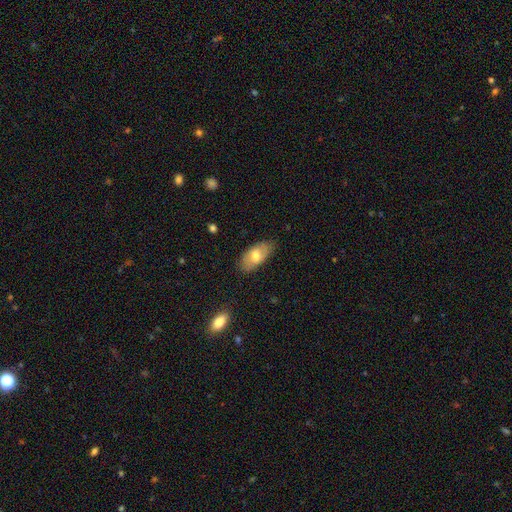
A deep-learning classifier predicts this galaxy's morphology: smooth 66%, featured or disk 27%, star or artifact 6%. Down the decision tree: how rounded — in between (93%); merging — none (80%).